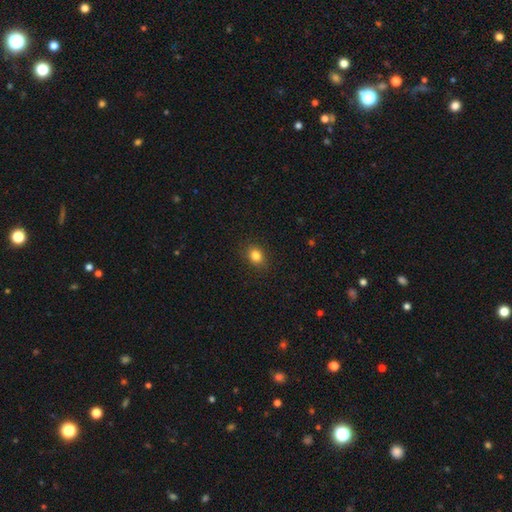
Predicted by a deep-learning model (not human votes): Overall: smooth (83%). How rounded: in between (50%; round 49%). Merging: none (89%).